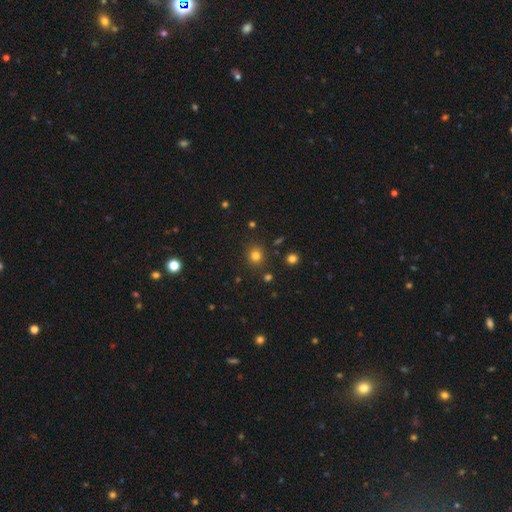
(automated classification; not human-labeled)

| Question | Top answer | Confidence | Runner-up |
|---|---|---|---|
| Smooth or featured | smooth | 78% | star or artifact (16%) |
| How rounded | round | 87% | in between (12%) |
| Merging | none | 86% | minor disturbance (8%) |